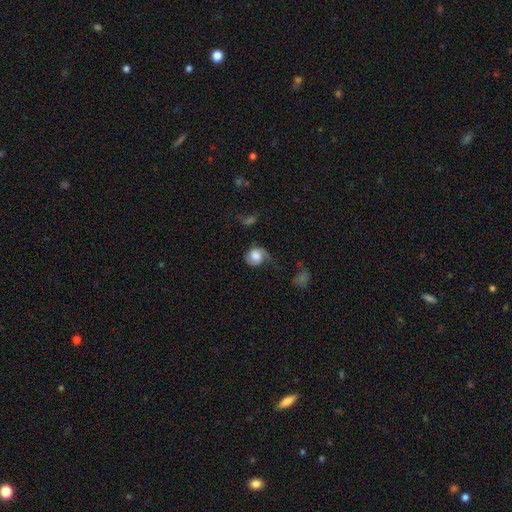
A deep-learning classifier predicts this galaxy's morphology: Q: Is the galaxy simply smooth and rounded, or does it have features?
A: smooth — 55%.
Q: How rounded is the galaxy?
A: round — 68%.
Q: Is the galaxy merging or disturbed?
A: none — 37%.